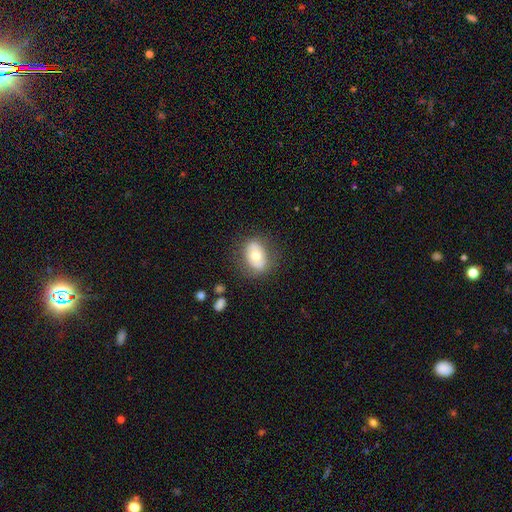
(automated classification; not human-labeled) A smooth galaxy with no disk features (59%) that is in between round and cigar-shaped (75%). Merging: none (77%).